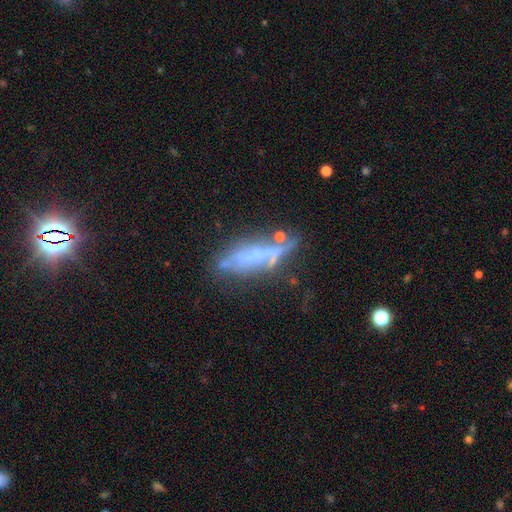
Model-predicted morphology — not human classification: A featured or disk galaxy (58%) viewed edge-on (50%, tied with no).

Vote fractions:
- Smooth or featured? featured or disk: 58% / smooth: 30% / star or artifact: 12%
- Edge-on disk? yes: 50% (tied) / no: 50% (tied)
- Merging? none: 52% / minor disturbance: 23% / major disturbance: 15% / merger: 10%